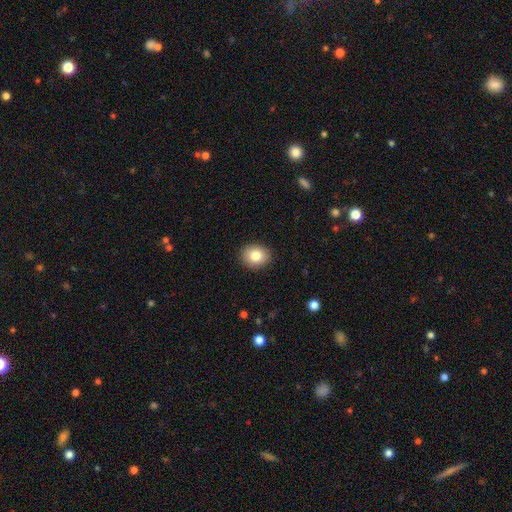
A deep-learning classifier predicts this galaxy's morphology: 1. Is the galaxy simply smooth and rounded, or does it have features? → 82% smooth, 9% star or artifact, 9% featured or disk.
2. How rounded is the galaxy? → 57% round, 43% in between, 1% cigar-shaped.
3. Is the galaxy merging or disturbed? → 90% none, 7% minor disturbance, 2% major disturbance, 1% merger.